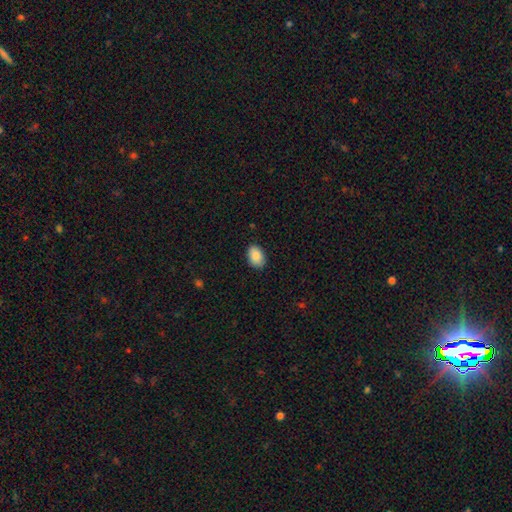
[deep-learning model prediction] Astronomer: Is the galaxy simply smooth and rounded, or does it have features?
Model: smooth — 89%.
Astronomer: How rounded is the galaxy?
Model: in between — 86%.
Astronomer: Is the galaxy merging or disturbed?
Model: none — 87%.